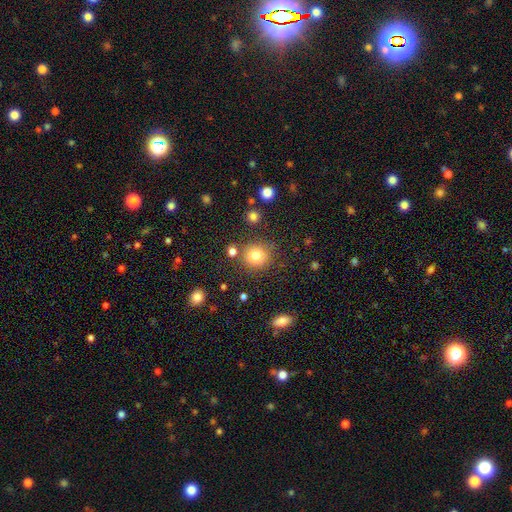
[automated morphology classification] This is likely a smooth galaxy (80%). How rounded: clearly round (90%). Merging: clearly none (82%).